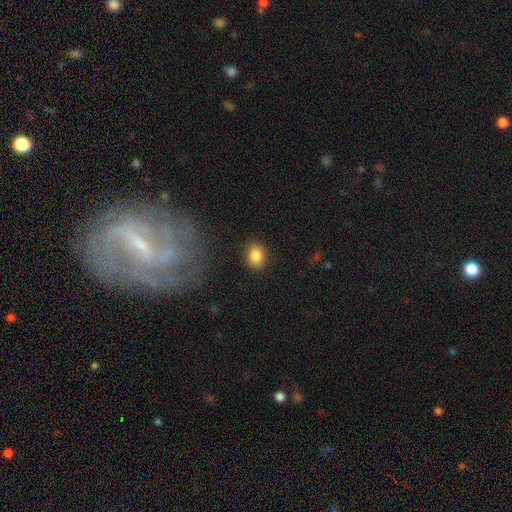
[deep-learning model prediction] smooth-or-featured: smooth: 86% | star or artifact: 9% | featured or disk: 5%
  how-rounded: in between: 51% | round: 48% | cigar-shaped: 1%
  merging: none: 87% | minor disturbance: 9% | major disturbance: 2% | merger: 1%